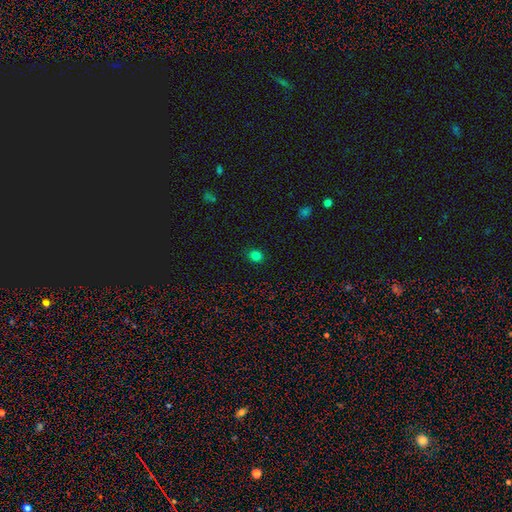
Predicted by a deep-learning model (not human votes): Smooth or featured?
  - smooth: 80% *
  - star or artifact: 15%
  - featured or disk: 4%
How rounded?
  - round: 68% *
  - in between: 31%
  - cigar-shaped: 1%
Merging?
  - none: 89% *
  - minor disturbance: 8%
  - major disturbance: 2%
  - merger: 1%